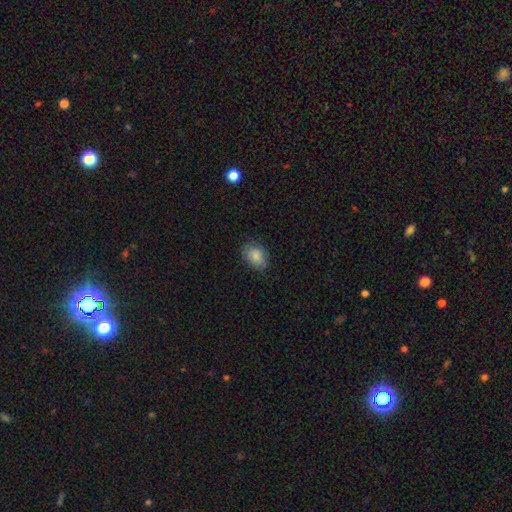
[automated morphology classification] Smooth or featured?
  - smooth: 87% *
  - star or artifact: 7%
  - featured or disk: 6%
How rounded?
  - in between: 79% *
  - round: 20%
  - cigar-shaped: 1%
Merging?
  - none: 78% *
  - minor disturbance: 17%
  - major disturbance: 4%
  - merger: 1%